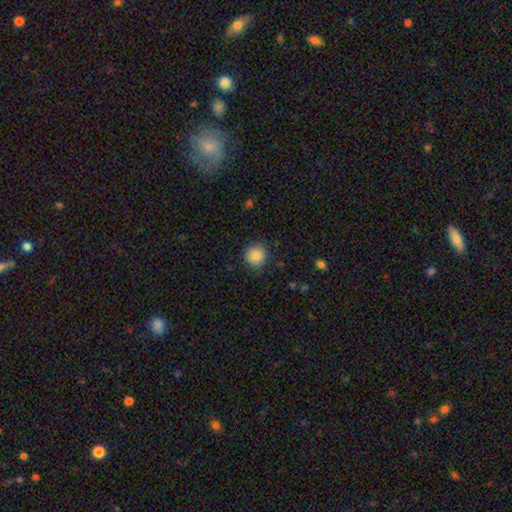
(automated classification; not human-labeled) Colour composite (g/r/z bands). It shows a smooth galaxy with no disk features (88%) that is round (89%). Merging: none (85%).